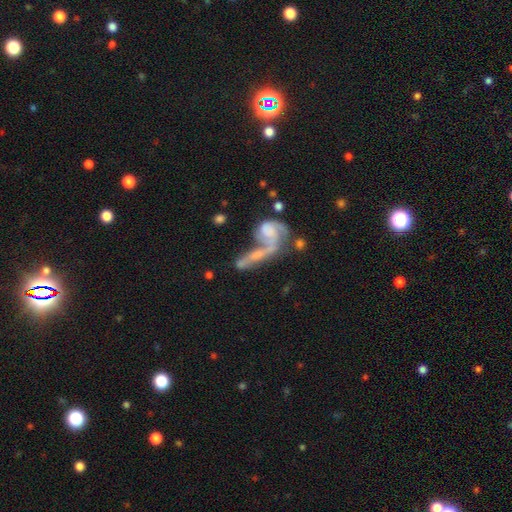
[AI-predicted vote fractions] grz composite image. It shows a featured or disk galaxy (61%) with no bar (72%), spiral arms (59%) and no central bulge (47%). Merging: merger (53%).